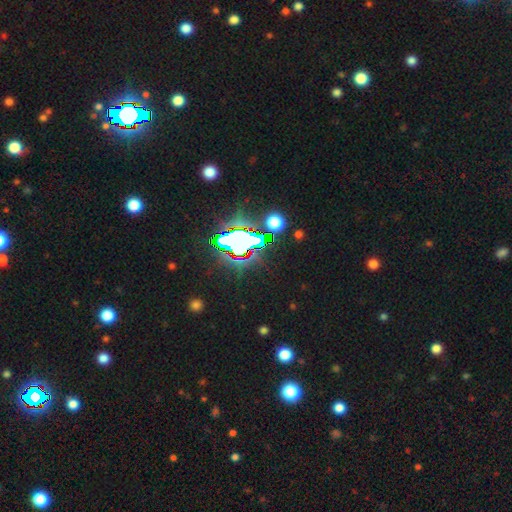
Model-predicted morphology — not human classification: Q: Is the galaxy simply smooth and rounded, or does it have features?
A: star or artifact — 84%.